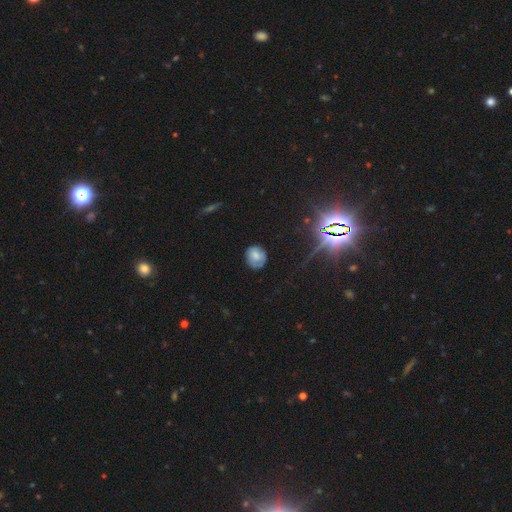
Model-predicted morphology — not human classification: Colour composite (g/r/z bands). It shows a smooth galaxy with no disk features (65%) that is round (70%). Merging: none (69%).